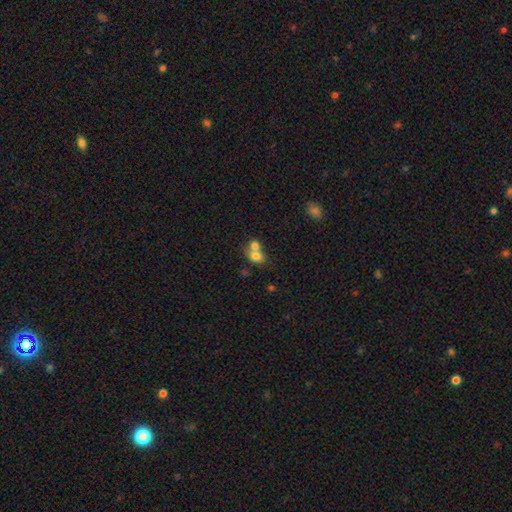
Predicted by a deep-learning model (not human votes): A smooth galaxy with no disk features (75%) that is round (52%). Merging: merger (66%).